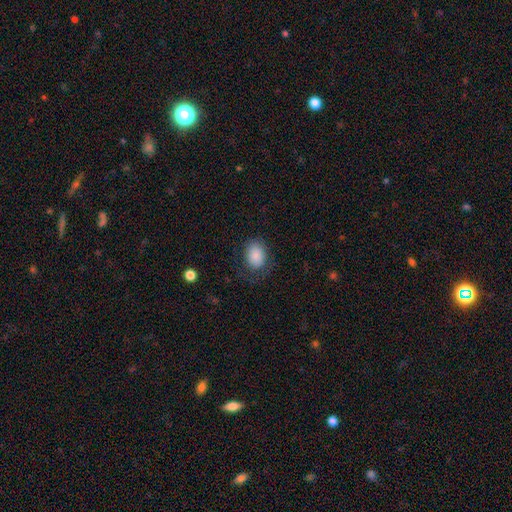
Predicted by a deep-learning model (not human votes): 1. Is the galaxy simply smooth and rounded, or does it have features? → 86% smooth, 8% star or artifact, 7% featured or disk.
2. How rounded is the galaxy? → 70% in between, 30% round, 1% cigar-shaped.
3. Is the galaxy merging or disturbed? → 69% none, 19% minor disturbance, 11% major disturbance, 1% merger.